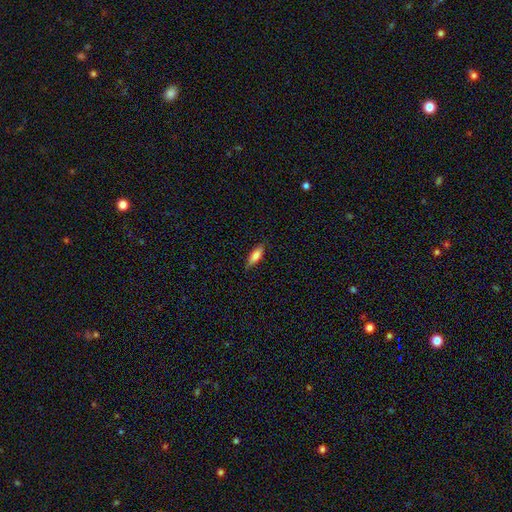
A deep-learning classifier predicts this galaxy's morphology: smooth-or-featured: smooth: 77% | featured or disk: 16% | star or artifact: 7%
  how-rounded: in between: 59% | cigar-shaped: 39% | round: 2%
  merging: none: 82% | minor disturbance: 14% | major disturbance: 3% | merger: 1%